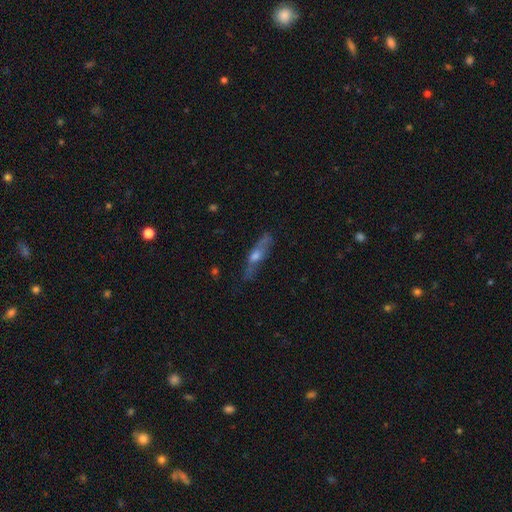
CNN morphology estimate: The model was most divided on "smooth or featured": featured or disk: 62%, smooth: 28%, star or artifact: 10%. More confident: edge-on disk — yes (79%); merging — none (74%).